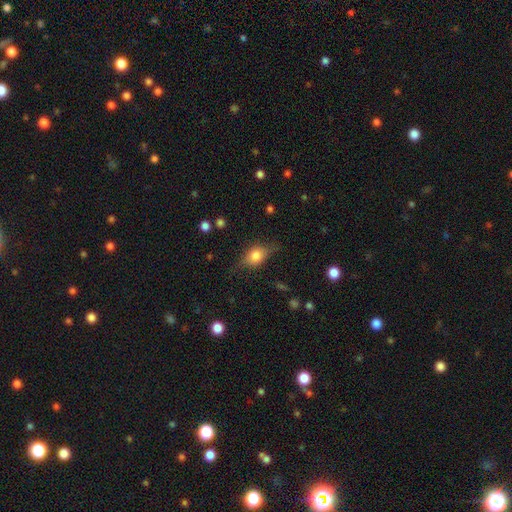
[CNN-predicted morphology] type=smooth (63%); roundness=in between (65%); merging=none (64%).